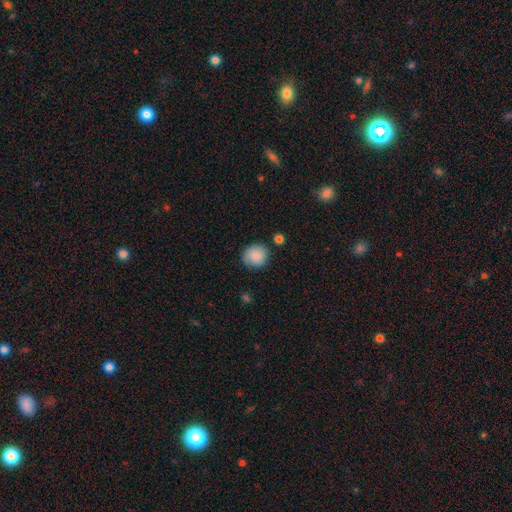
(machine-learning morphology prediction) This appears to be a smooth galaxy with no disk features (81%) that is round (87%). Merging: none (77%).